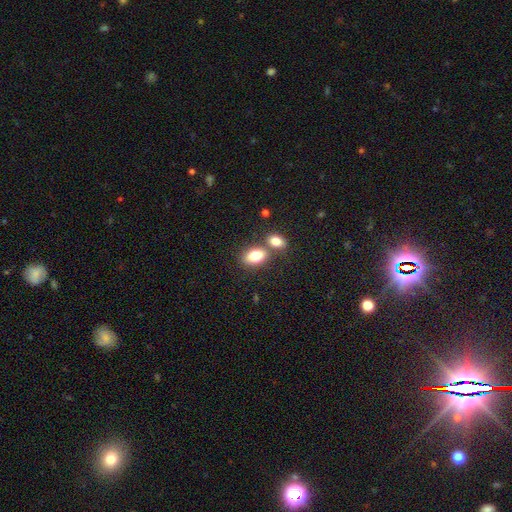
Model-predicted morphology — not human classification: smooth-or-featured: smooth: 83% | featured or disk: 9% | star or artifact: 8%
  how-rounded: in between: 86% | round: 12% | cigar-shaped: 2%
  merging: none: 49% | merger: 37% | minor disturbance: 10% | major disturbance: 3%